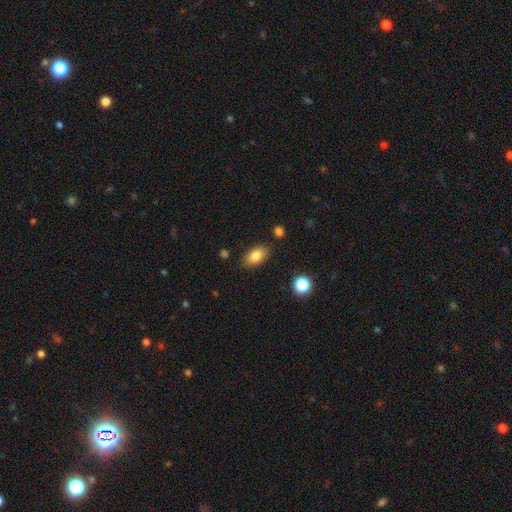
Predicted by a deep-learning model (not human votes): Overall: smooth (83%). How rounded: in between (90%). Merging: none (84%).